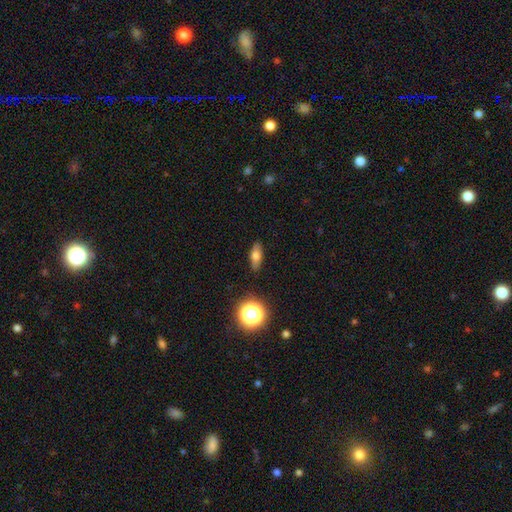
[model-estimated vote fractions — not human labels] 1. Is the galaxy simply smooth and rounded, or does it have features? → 67% smooth, 21% featured or disk, 12% star or artifact.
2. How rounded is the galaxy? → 69% in between, 21% cigar-shaped, 10% round.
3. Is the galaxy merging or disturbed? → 85% none, 11% minor disturbance, 3% major disturbance, 1% merger.